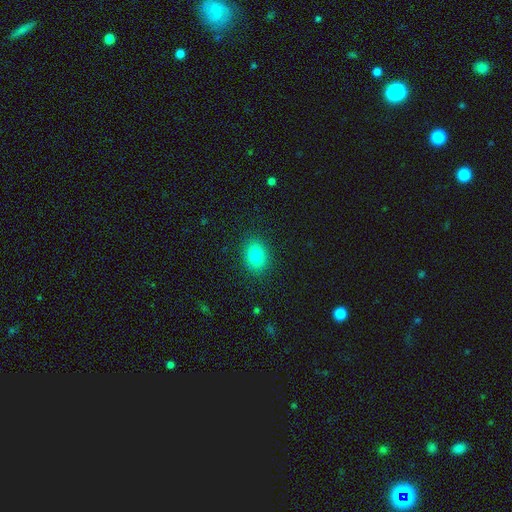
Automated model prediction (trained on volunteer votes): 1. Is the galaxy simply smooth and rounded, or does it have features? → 82% smooth, 10% star or artifact, 8% featured or disk.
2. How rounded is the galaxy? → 69% in between, 30% round, 1% cigar-shaped.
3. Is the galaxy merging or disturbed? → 88% none, 8% minor disturbance, 2% major disturbance, 1% merger.